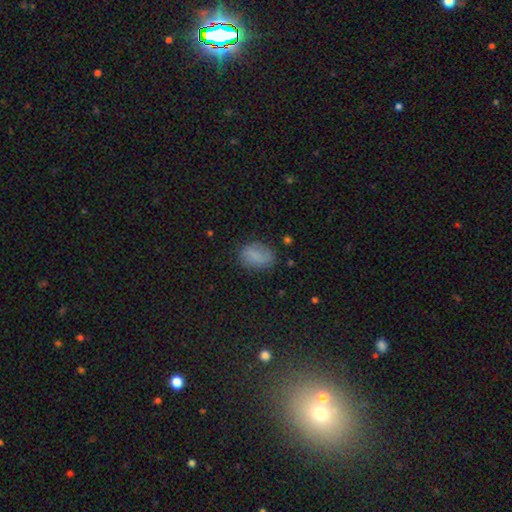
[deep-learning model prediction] The model was most divided on "merging": none: 76%, minor disturbance: 17%, major disturbance: 5%, merger: 2%. More confident: how rounded — in between (82%); smooth or featured — smooth (78%).